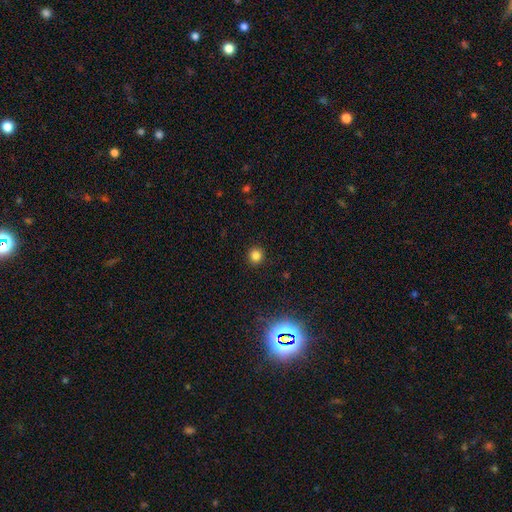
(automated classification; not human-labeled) smooth-or-featured: smooth: 81% | star or artifact: 14% | featured or disk: 5%
  how-rounded: round: 90% | in between: 9% | cigar-shaped: 1%
  merging: none: 92% | minor disturbance: 5% | major disturbance: 2% | merger: 1%